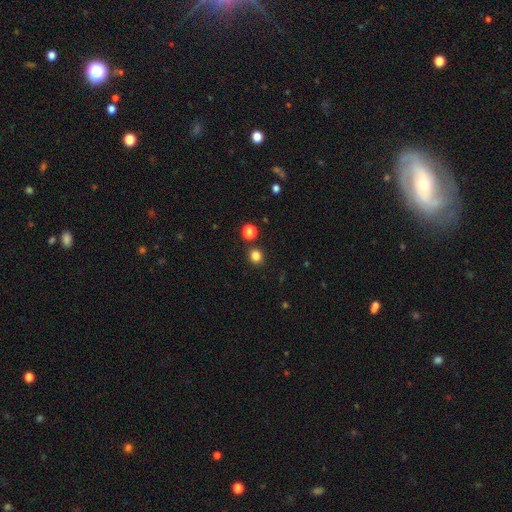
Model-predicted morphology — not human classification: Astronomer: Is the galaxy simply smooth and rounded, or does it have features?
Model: smooth — 83%.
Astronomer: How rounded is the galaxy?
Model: round — 80%.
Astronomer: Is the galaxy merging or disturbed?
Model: none — 85%.